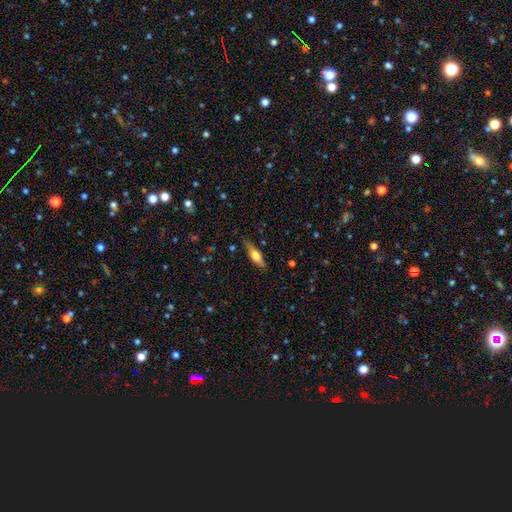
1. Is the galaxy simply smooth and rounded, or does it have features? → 52% featured or disk, 45% smooth, 2% star or artifact.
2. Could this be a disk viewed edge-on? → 95% yes, 5% no.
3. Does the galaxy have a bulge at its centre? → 80% rounded, 20% boxy, 0% none.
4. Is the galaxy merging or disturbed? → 62% none, 28% minor disturbance, 8% major disturbance, 3% merger.